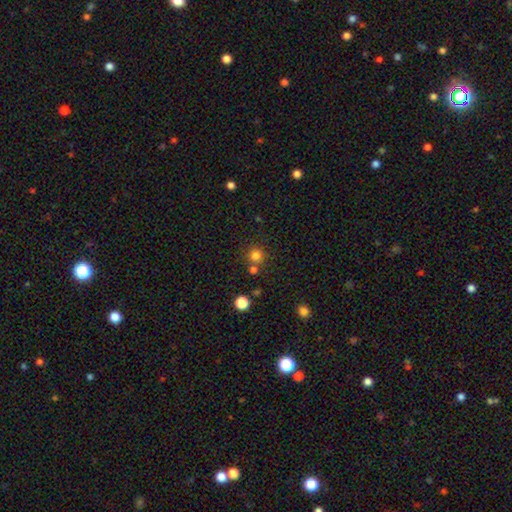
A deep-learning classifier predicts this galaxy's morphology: Smooth or featured? smooth (80%)
How rounded? round (93%)
Merging? none (73%)